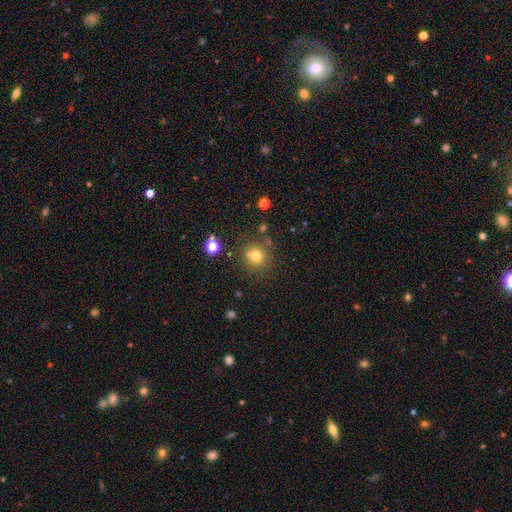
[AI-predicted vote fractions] A smooth galaxy with no disk features (75%) that is round (90%).

Vote fractions:
- Smooth or featured? smooth: 75% / star or artifact: 16% / featured or disk: 9%
- How rounded? round: 90% / in between: 9% / cigar-shaped: 1%
- Merging? none: 75% / minor disturbance: 11% / merger: 10% / major disturbance: 4%